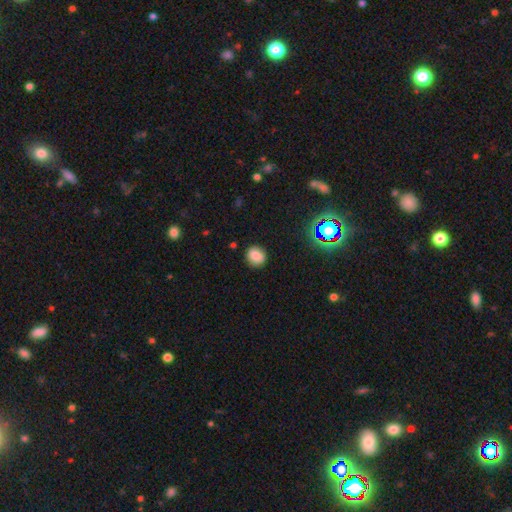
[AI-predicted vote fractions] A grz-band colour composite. It shows a smooth galaxy with no disk features (82%) that is round (76%). Merging: none (87%).